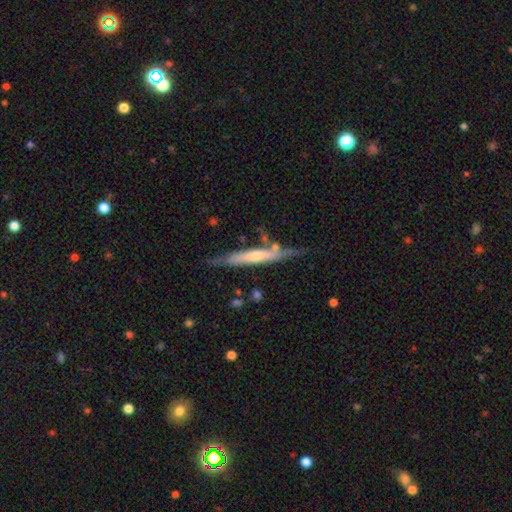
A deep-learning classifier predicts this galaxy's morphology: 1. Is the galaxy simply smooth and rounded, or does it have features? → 68% featured or disk, 25% smooth, 7% star or artifact.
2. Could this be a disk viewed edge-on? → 90% yes, 10% no.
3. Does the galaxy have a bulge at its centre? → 54% rounded, 39% none, 7% boxy.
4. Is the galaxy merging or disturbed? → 72% none, 19% minor disturbance, 5% merger, 4% major disturbance.